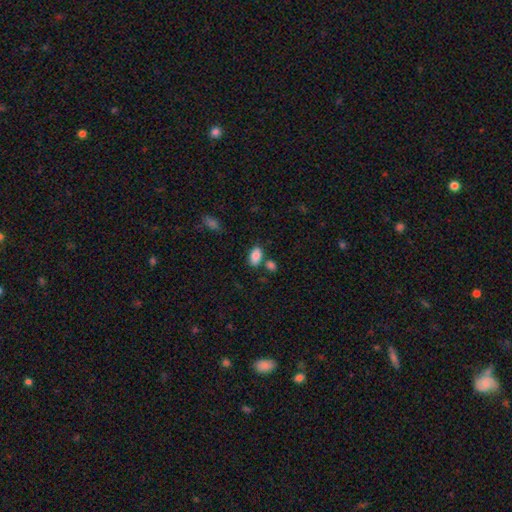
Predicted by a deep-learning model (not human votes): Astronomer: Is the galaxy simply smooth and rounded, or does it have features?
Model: smooth — 87%.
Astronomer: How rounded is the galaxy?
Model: in between — 93%.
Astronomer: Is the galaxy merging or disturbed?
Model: none — 67%.